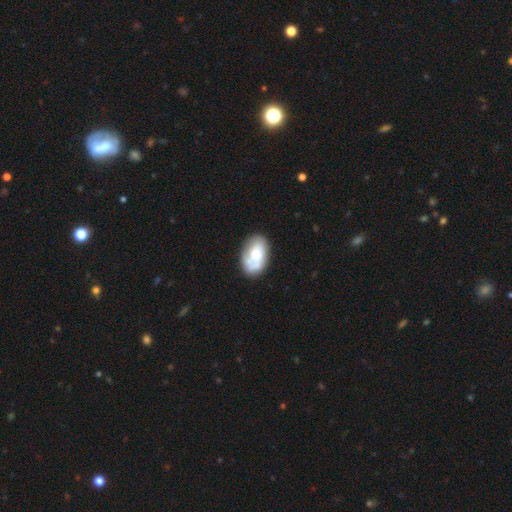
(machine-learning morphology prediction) The model was most divided on "smooth or featured": smooth: 61%, featured or disk: 32%, star or artifact: 7%. More confident: how rounded — in between (90%); merging — none (65%).